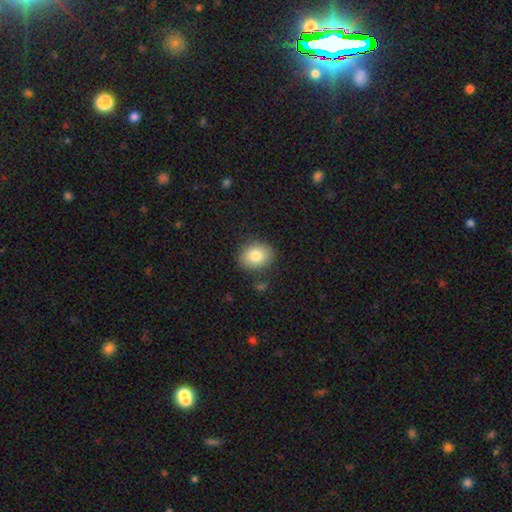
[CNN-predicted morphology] type=smooth (82%); roundness=round (55%); merging=none (85%).